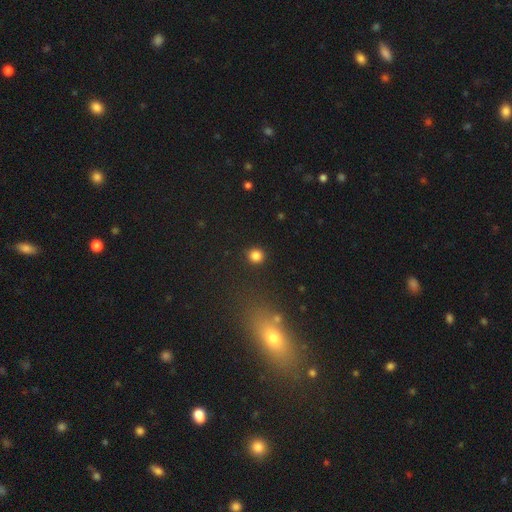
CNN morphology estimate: Smooth or featured? smooth (83%)
How rounded? round (91%)
Merging? none (92%)